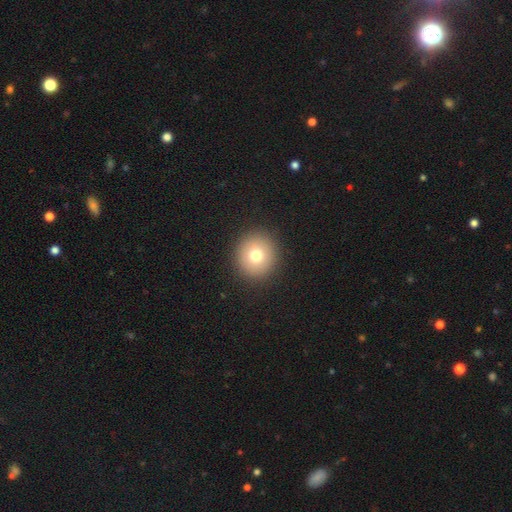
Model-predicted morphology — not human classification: Smooth or featured? smooth (74%)
How rounded? round (91%)
Merging? none (92%)